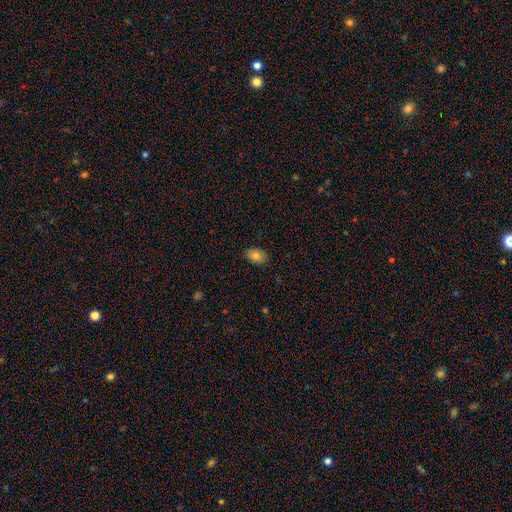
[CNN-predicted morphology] smooth_or_featured: smooth (p=0.81) [alt: featured or disk p=0.11]
how_rounded: in between (p=0.83) [alt: round p=0.16]
merging: none (p=0.83) [alt: minor disturbance p=0.14]